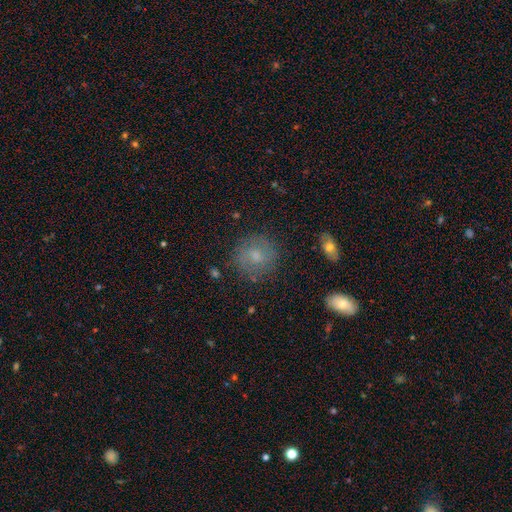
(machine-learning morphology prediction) Smooth or featured?
  - smooth: 58% *
  - featured or disk: 29%
  - star or artifact: 13%
How rounded?
  - round: 85% *
  - in between: 13%
  - cigar-shaped: 1%
Merging?
  - none: 80% *
  - minor disturbance: 13%
  - major disturbance: 5%
  - merger: 2%